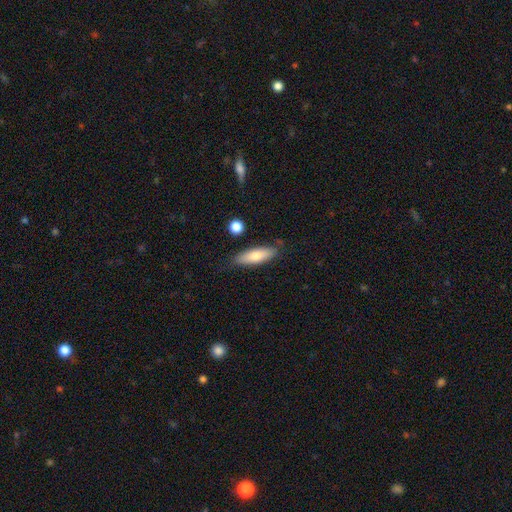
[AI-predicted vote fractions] Smooth or featured?
  - smooth: 75% *
  - featured or disk: 19%
  - star or artifact: 6%
How rounded?
  - in between: 51% *
  - cigar-shaped: 47%
  - round: 2%
Merging?
  - none: 79% *
  - minor disturbance: 15%
  - merger: 3%
  - major disturbance: 3%